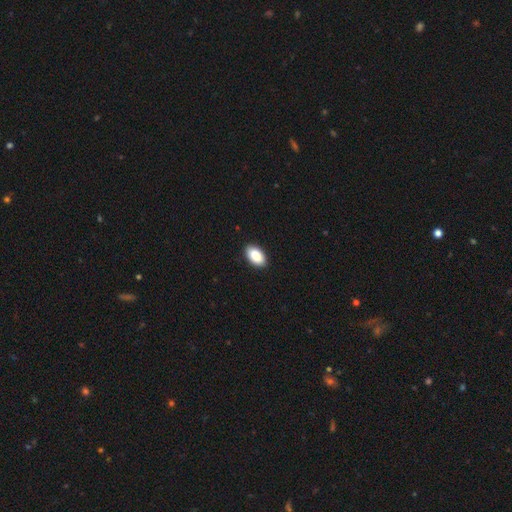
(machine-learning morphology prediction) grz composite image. It shows a smooth galaxy with no disk features (90%) that is in between round and cigar-shaped (94%). Merging: none (91%).